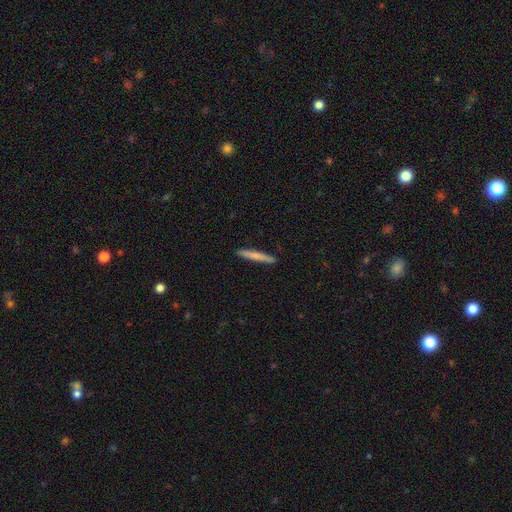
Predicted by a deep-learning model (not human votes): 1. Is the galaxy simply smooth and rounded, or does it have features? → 73% smooth, 21% featured or disk, 5% star or artifact.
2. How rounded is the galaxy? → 96% cigar-shaped, 3% in between, 1% round.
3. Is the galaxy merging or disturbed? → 91% none, 6% minor disturbance, 1% major disturbance, 1% merger.